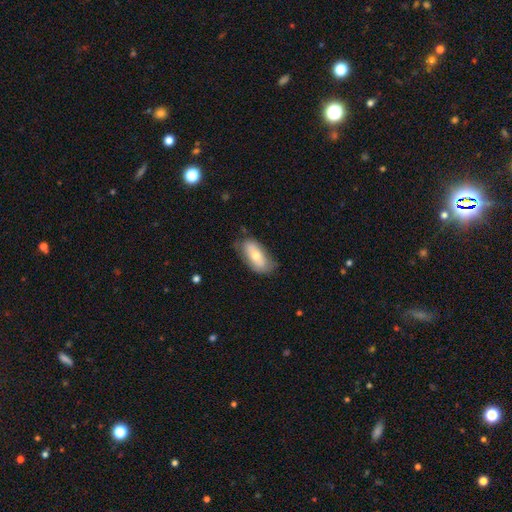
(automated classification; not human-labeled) smooth_or_featured: smooth (p=0.63) [alt: featured or disk p=0.31]
how_rounded: in between (p=0.89) [alt: cigar-shaped p=0.08]
merging: none (p=0.67) [alt: minor disturbance p=0.25]